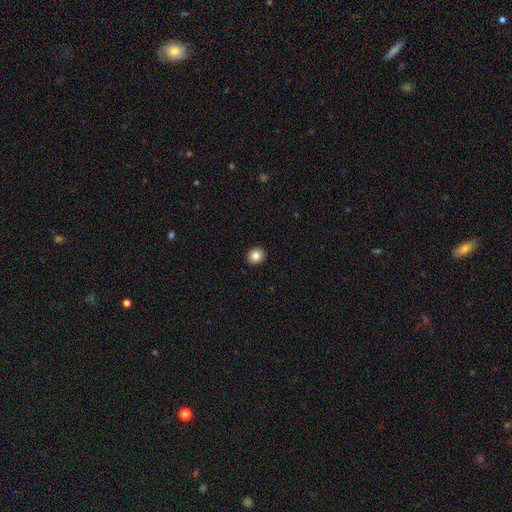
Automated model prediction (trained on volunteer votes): Q: Smooth or featured?
A: smooth (85%); runner-up: star or artifact (10%)
Q: How rounded?
A: round (86%); runner-up: in between (13%)
Q: Merging?
A: none (93%); runner-up: minor disturbance (5%)